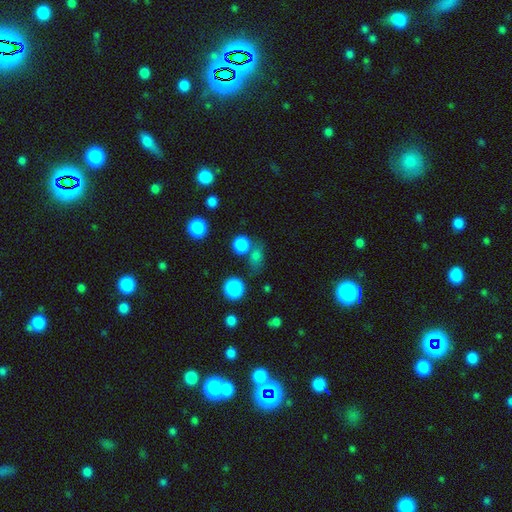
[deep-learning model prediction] A smooth galaxy with no disk features (79%) that is round (71%).

Vote fractions:
- Smooth or featured? smooth: 79% / star or artifact: 15% / featured or disk: 6%
- How rounded? round: 71% / in between: 27% / cigar-shaped: 2%
- Merging? none: 62% / merger: 21% / minor disturbance: 12% / major disturbance: 6%